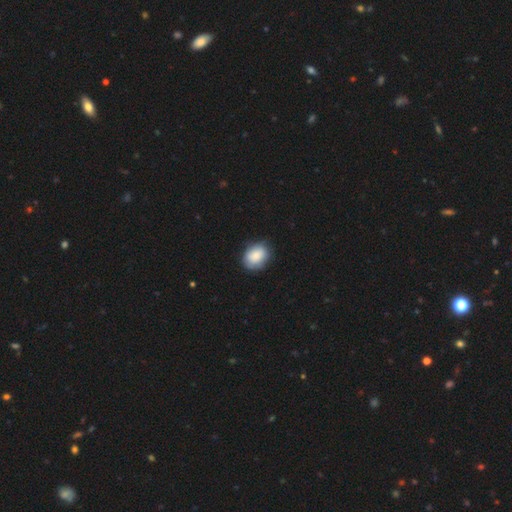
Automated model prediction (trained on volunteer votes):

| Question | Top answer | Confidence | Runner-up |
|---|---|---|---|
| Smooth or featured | smooth | 84% | featured or disk (10%) |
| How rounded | in between | 61% | round (38%) |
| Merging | none | 79% | minor disturbance (17%) |